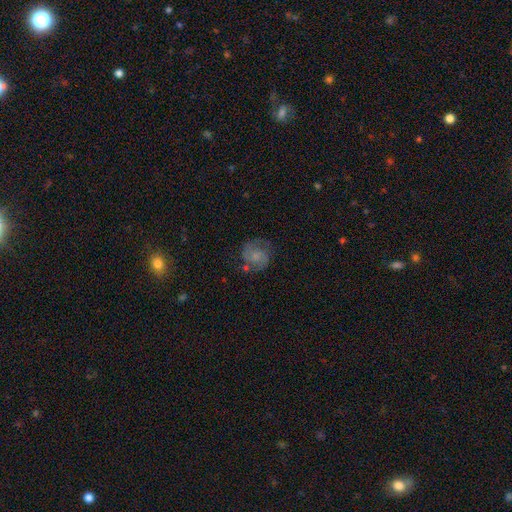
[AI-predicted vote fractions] A featured or disk galaxy (66%) with no bar (66%), 2 (85%) medium (50%) spiral arms (92%) and a small central bulge (44%). Merging: none (69%).